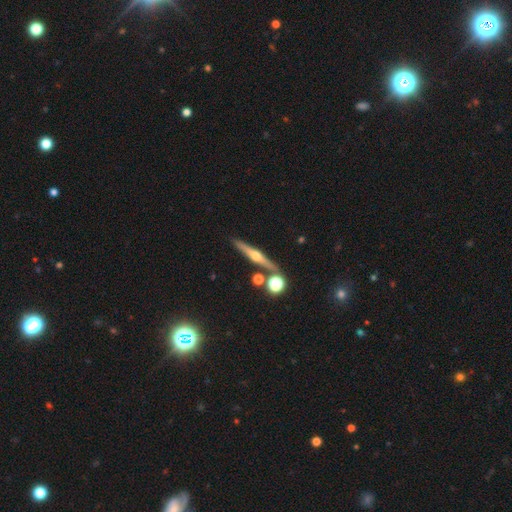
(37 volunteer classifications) Smooth or featured? 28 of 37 (76%) said featured or disk. Edge-on disk? 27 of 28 (96%) said yes. Edge-on bulge? 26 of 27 (96%) said rounded. Merging? 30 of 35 (86%) said none.